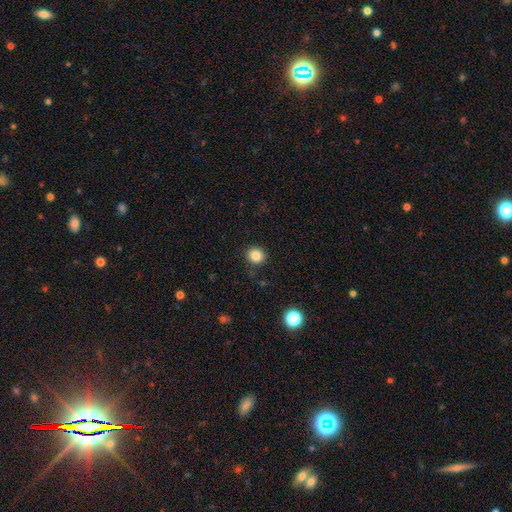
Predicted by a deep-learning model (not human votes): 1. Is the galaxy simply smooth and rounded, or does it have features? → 85% smooth, 11% star or artifact, 4% featured or disk.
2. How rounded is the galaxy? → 89% round, 10% in between, 1% cigar-shaped.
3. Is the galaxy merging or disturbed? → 87% none, 9% minor disturbance, 3% major disturbance, 1% merger.